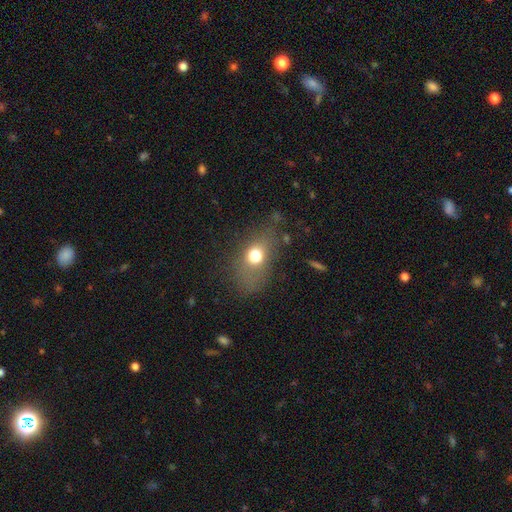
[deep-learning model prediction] Smooth or featured? smooth (67%)
How rounded? in between (64%)
Merging? none (57%)